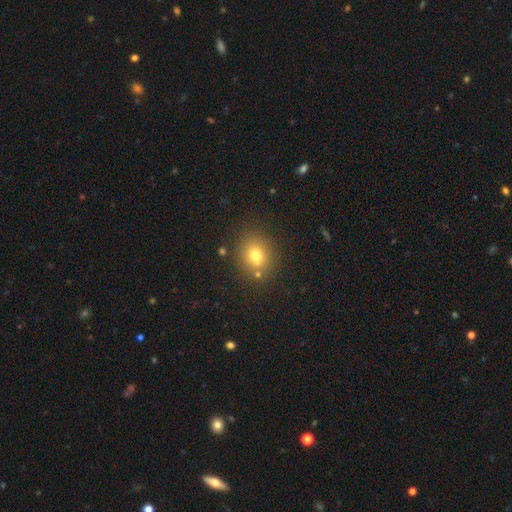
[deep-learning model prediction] This appears to be a smooth galaxy with no disk features (71%) that is round (62%). Merging: none (77%).